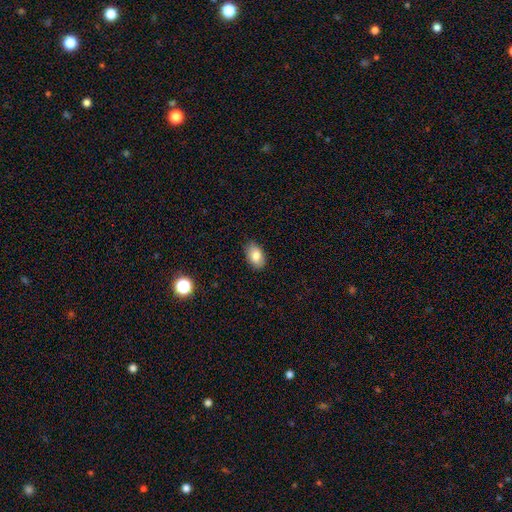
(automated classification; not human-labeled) Morphology: type=smooth (84%); roundness=in between (90%); merging=none (86%).